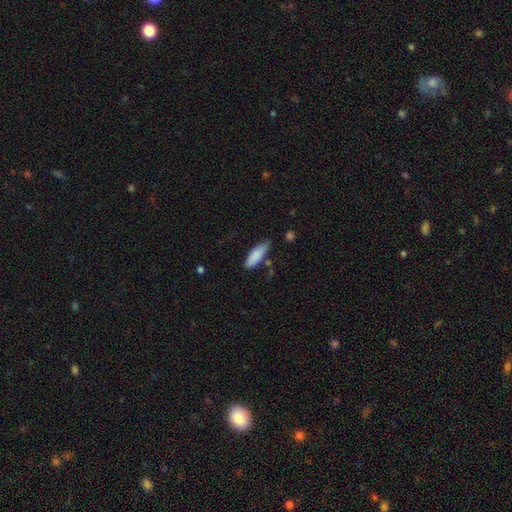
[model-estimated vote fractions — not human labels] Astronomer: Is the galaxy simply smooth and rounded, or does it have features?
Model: smooth — 86%.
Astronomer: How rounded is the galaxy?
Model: in between — 55% (runner-up: cigar-shaped, 43%).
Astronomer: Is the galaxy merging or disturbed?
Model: none — 67%.